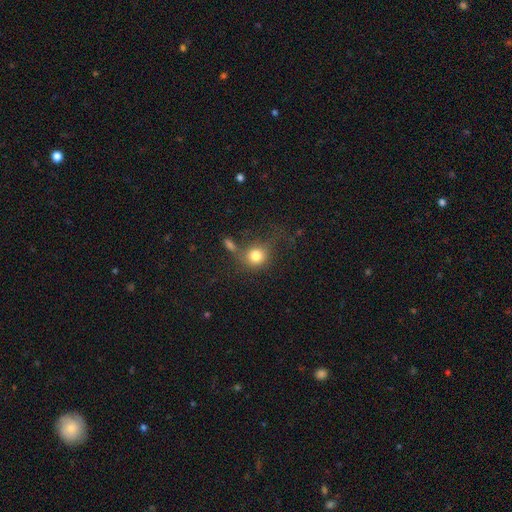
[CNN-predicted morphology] type=smooth (79%); roundness=round (83%); merging=none (52%).